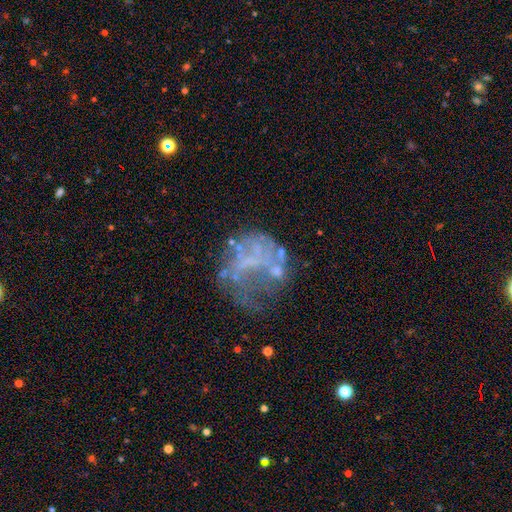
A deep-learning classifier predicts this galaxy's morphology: Q: Smooth or featured?
A: featured or disk (57%); runner-up: star or artifact (22%)
Q: Edge-on disk?
A: no (98%); runner-up: yes (2%)
Q: Bar?
A: no (88%); runner-up: weak (8%)
Q: Spiral arms?
A: no (87%); runner-up: yes (13%)
Q: Bulge size?
A: none (80%); runner-up: small (12%)
Q: Merging?
A: none (43%); runner-up: major disturbance (33%)